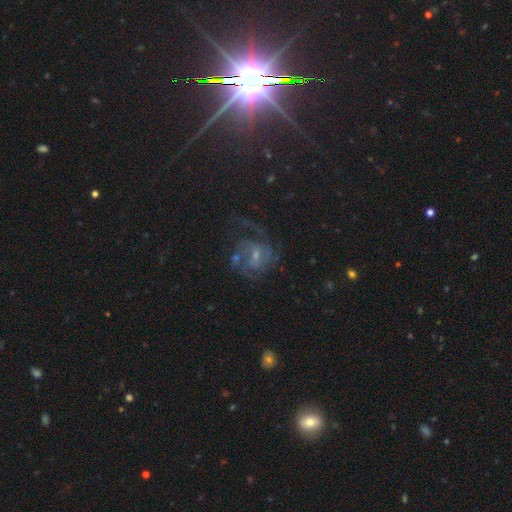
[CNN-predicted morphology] smooth-or-featured: featured or disk: 76% | smooth: 13% | star or artifact: 11%
  disk-edge-on: no: 98% | yes: 2%
    bar: weak: 53% | no: 35% | strong: 12%
    has-spiral-arms: yes: 88% | no: 12%
      spiral-winding: medium: 46% | tight: 32% | loose: 22%
      spiral-arm-count: can't tell: 31% | 2: 26% | 3: 21% | 1: 8% | 4: 8% | more than 4: 6%
    bulge-size: small: 58% | moderate: 32% | none: 7% | large: 2% | dominant: 1%
  merging: none: 48% | major disturbance: 28% | minor disturbance: 18% | merger: 6%